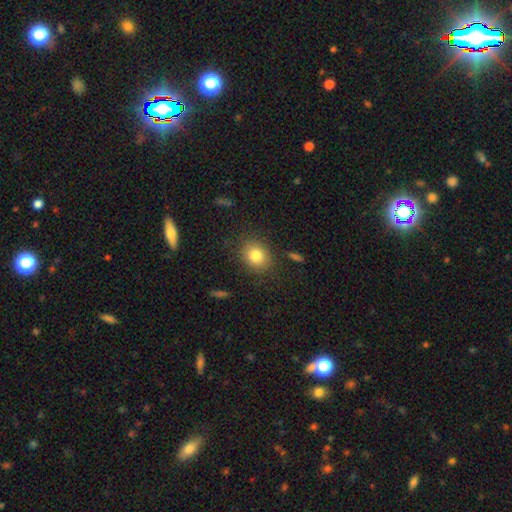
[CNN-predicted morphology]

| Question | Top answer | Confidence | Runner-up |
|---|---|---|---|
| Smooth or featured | smooth | 81% | star or artifact (10%) |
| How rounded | round | 63% | in between (36%) |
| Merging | none | 85% | minor disturbance (10%) |